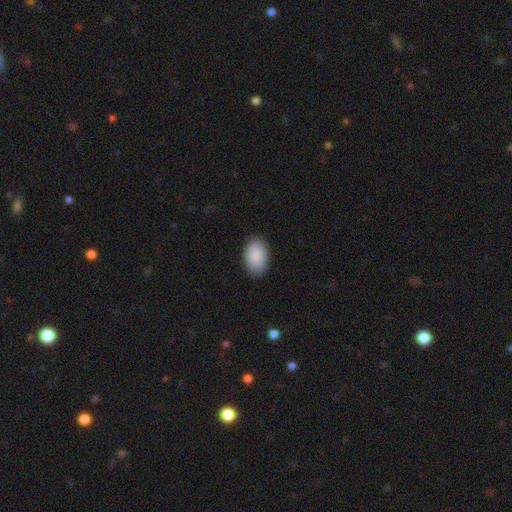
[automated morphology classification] smooth_or_featured: smooth (p=0.90) [alt: star or artifact p=0.06]
how_rounded: in between (p=0.91) [alt: round p=0.08]
merging: none (p=0.86) [alt: minor disturbance p=0.10]